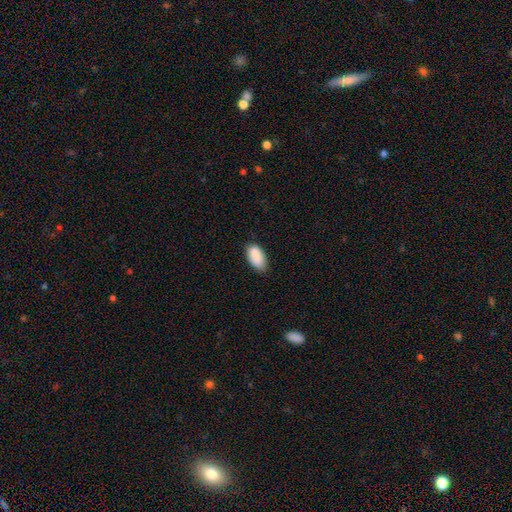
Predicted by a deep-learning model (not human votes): smooth 89%, star or artifact 7%, featured or disk 4%. Down the decision tree: how rounded — in between (94%); merging — none (76%).